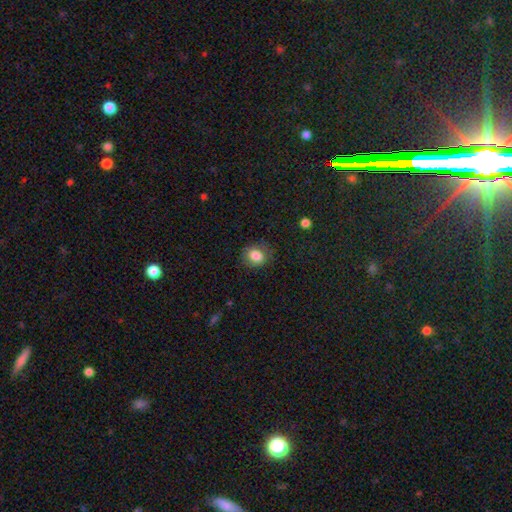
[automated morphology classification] type=smooth (83%); roundness=round (56%); merging=none (75%).